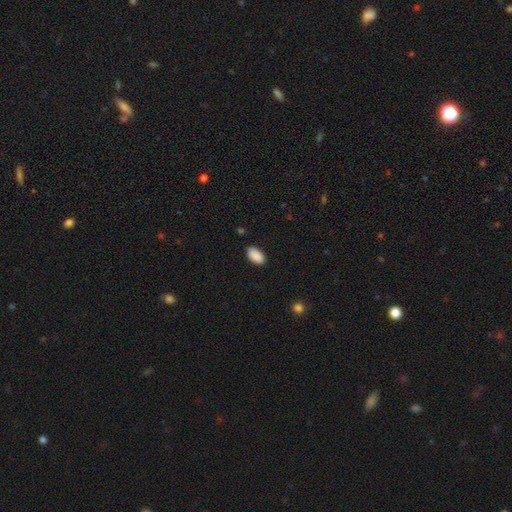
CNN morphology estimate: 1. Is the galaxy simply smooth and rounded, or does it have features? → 90% smooth, 7% star or artifact, 3% featured or disk.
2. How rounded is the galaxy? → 95% in between, 3% round, 2% cigar-shaped.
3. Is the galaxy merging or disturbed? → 86% none, 11% minor disturbance, 2% major disturbance, 1% merger.